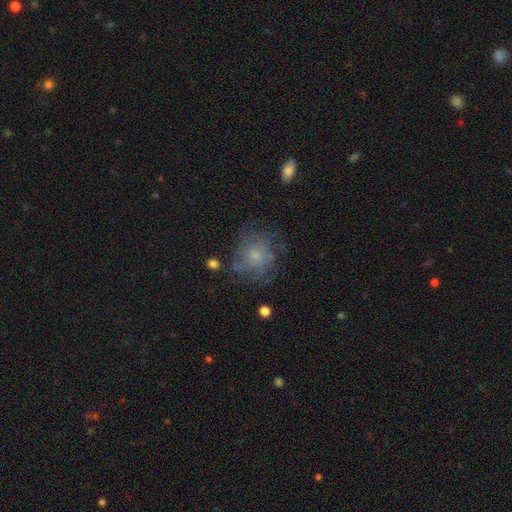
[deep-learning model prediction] Morphology: type=smooth (44%); merging=none (58%).